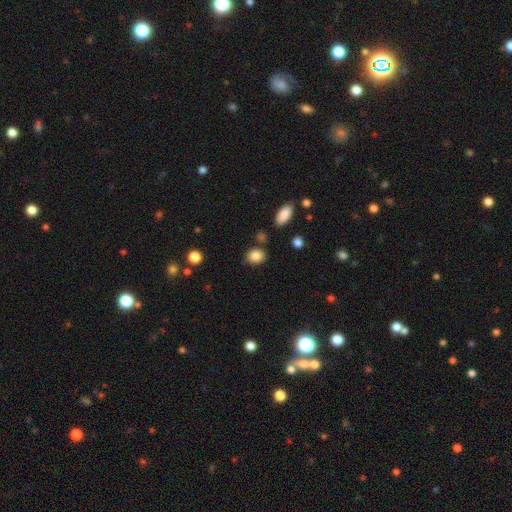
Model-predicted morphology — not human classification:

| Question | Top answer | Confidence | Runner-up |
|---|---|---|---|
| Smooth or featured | smooth | 86% | star or artifact (9%) |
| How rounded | round | 50% | in between (49%) |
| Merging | none | 79% | minor disturbance (13%) |